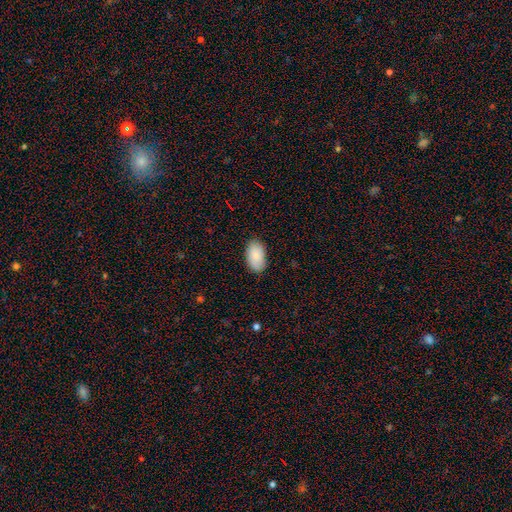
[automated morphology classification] This appears to be a smooth galaxy with no disk features (89%) that is in between round and cigar-shaped (95%). Merging: none (86%).